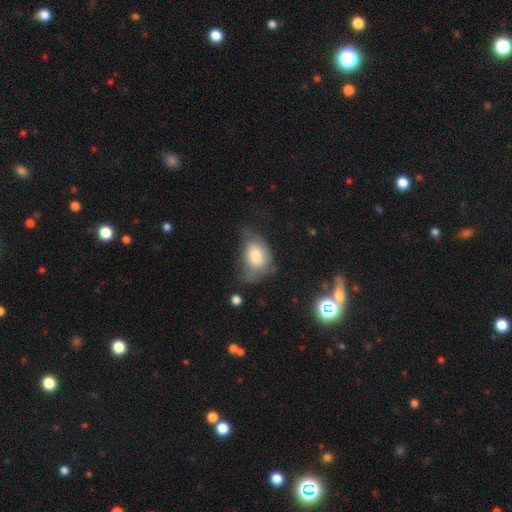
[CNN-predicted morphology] A smooth galaxy with no disk features (70%) that is in between round and cigar-shaped (79%). Merging: minor disturbance (37%).